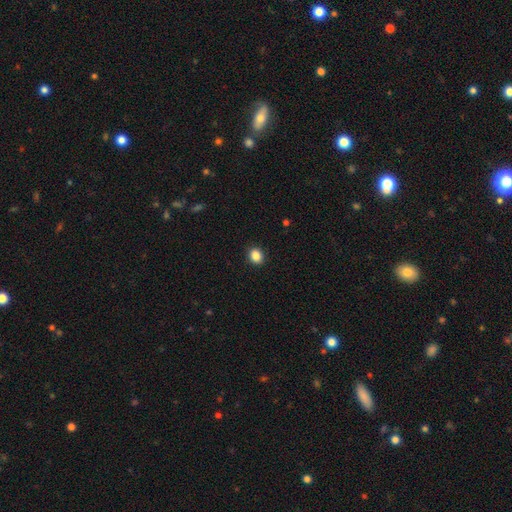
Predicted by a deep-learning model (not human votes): A smooth galaxy with no disk features (86%) that is round (58%).

Vote fractions:
- Smooth or featured? smooth: 86% / star or artifact: 10% / featured or disk: 4%
- How rounded? round: 58% / in between: 41% / cigar-shaped: 1%
- Merging? none: 91% / minor disturbance: 6% / major disturbance: 2% / merger: 1%